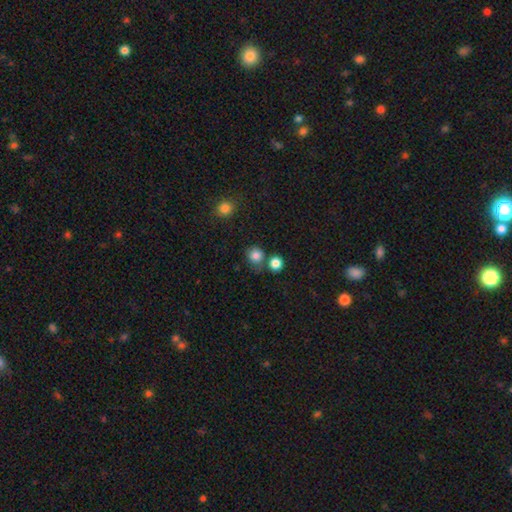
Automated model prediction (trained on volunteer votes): The model was most divided on "merging": none: 66%, merger: 17%, minor disturbance: 12%, major disturbance: 4%. More confident: how rounded — round (87%); smooth or featured — smooth (83%).